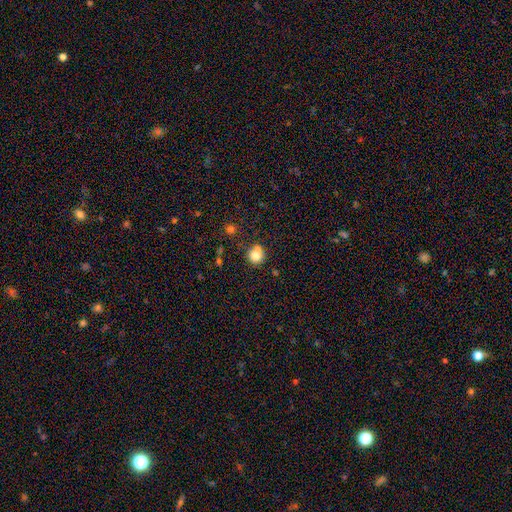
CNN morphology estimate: Smooth or featured? smooth (78%)
How rounded? round (89%)
Merging? none (63%)